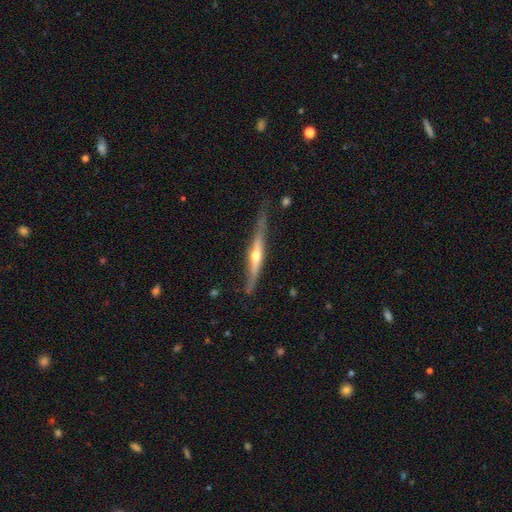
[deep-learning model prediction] smooth-or-featured: featured or disk: 73% | smooth: 22% | star or artifact: 5%
  disk-edge-on: yes: 95% | no: 5%
    edge-on-bulge: rounded: 87% | none: 9% | boxy: 4%
  merging: none: 71% | minor disturbance: 22% | major disturbance: 5% | merger: 2%